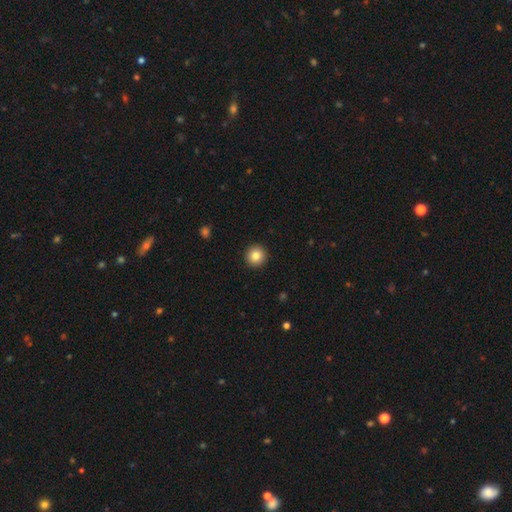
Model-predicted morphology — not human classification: Smooth or featured? Predicted: smooth (p=0.84). How rounded? Predicted: round (p=0.96). Merging? Predicted: none (p=0.93).